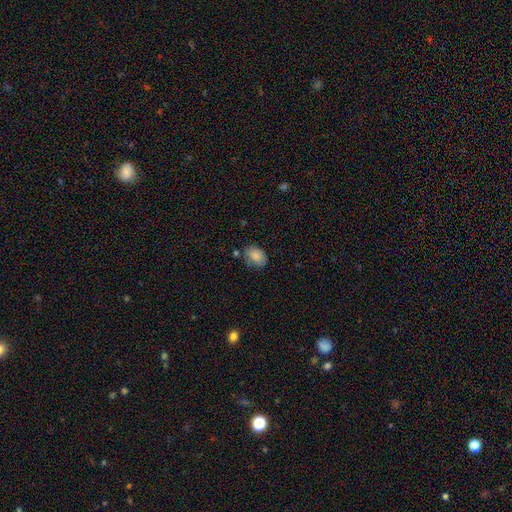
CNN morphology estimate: Overall: smooth (85%). How rounded: in between (78%). Merging: none (70%).